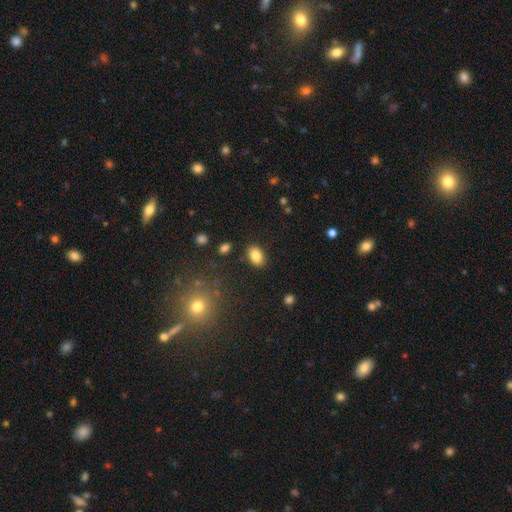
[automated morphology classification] Smooth or featured: smooth — 84% (star or artifact — 9%)
How rounded: in between — 86% (round — 13%)
Merging: none — 86% (minor disturbance — 9%)